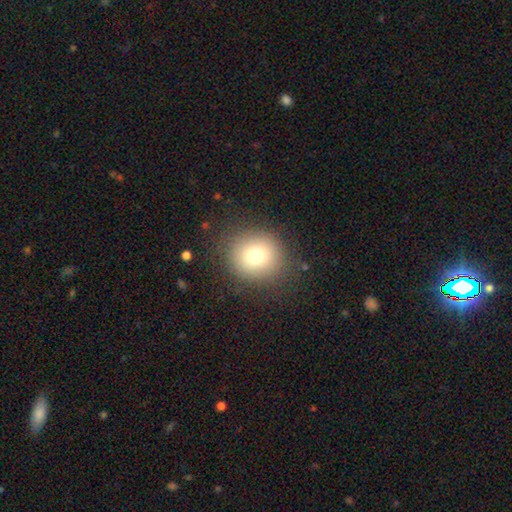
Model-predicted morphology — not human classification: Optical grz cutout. It shows a smooth galaxy with no disk features (76%) that is round (85%). Merging: none (85%).